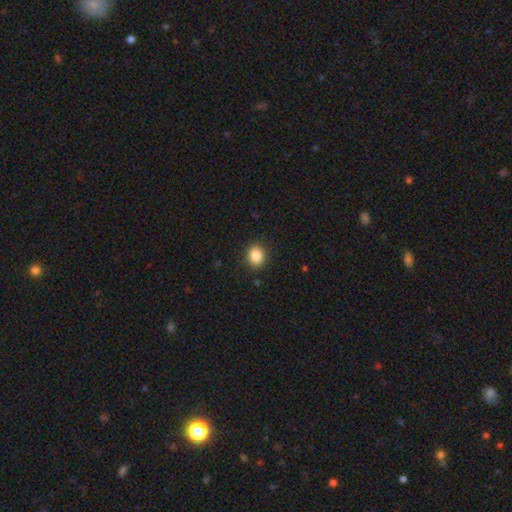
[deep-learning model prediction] A smooth galaxy with no disk features (86%) that is round (62%).

Vote fractions:
- Smooth or featured? smooth: 86% / star or artifact: 10% / featured or disk: 4%
- How rounded? round: 62% / in between: 37% / cigar-shaped: 1%
- Merging? none: 90% / minor disturbance: 7% / major disturbance: 2% / merger: 1%